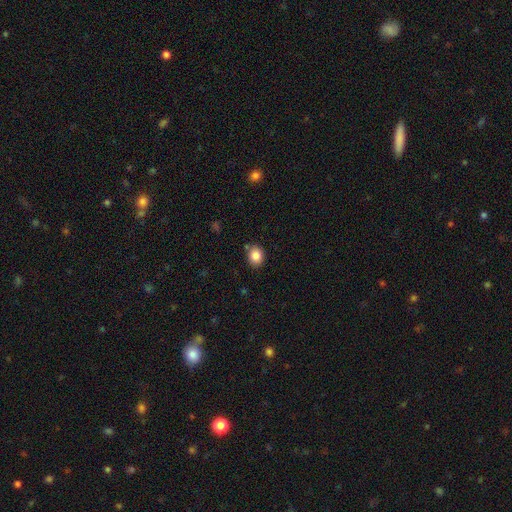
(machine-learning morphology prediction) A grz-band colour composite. It shows a smooth galaxy with no disk features (86%) that is round (67%). Merging: none (79%).